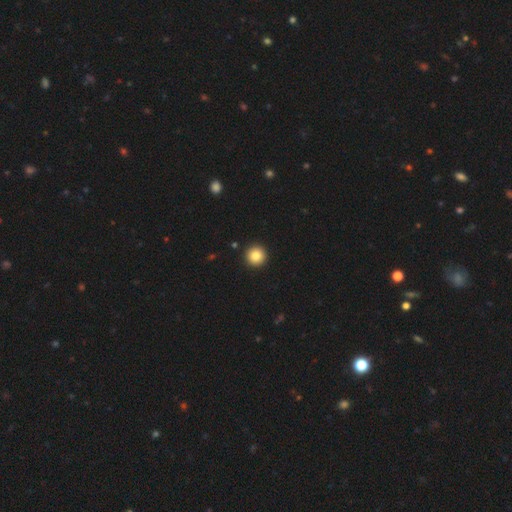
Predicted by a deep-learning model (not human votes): Smooth or featured?
  - smooth: 85% *
  - star or artifact: 9%
  - featured or disk: 5%
How rounded?
  - round: 96% *
  - in between: 3%
  - cigar-shaped: 1%
Merging?
  - none: 94% *
  - minor disturbance: 4%
  - major disturbance: 1%
  - merger: 1%